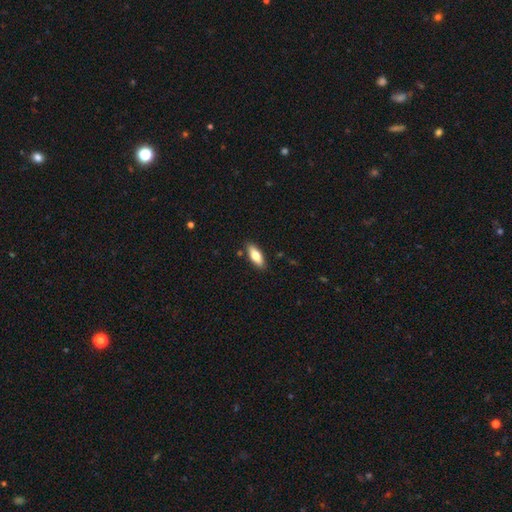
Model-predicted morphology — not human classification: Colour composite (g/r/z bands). It shows a smooth galaxy with no disk features (72%) that is in between round and cigar-shaped (71%). Merging: none (87%).